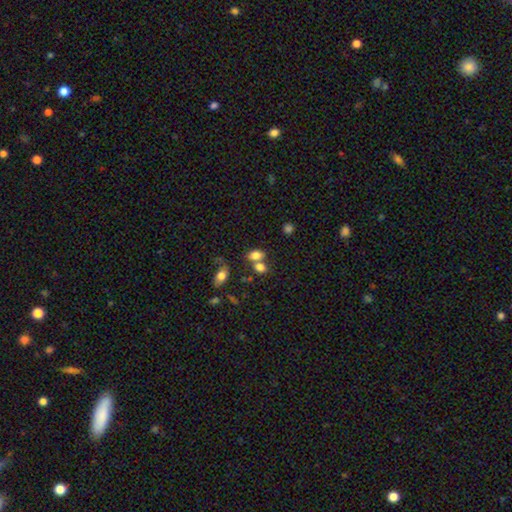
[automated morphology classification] A smooth galaxy with no disk features (79%) that is in between round and cigar-shaped (81%).

Vote fractions:
- Smooth or featured? smooth: 79% / star or artifact: 11% / featured or disk: 10%
- How rounded? in between: 81% / round: 16% / cigar-shaped: 3%
- Merging? none: 42% (tied) / merger: 42% (tied) / minor disturbance: 11% / major disturbance: 5%